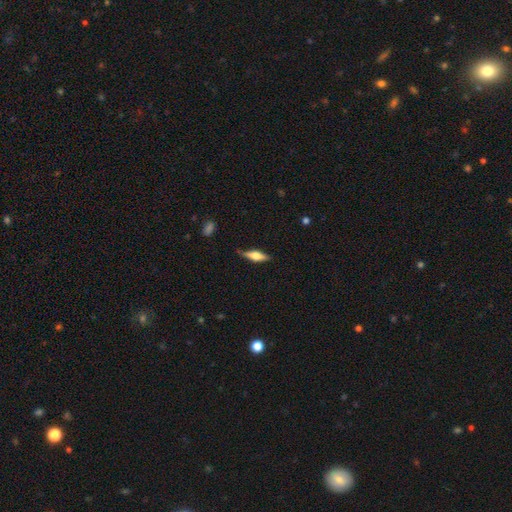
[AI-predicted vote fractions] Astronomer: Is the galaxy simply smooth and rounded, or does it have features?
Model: featured or disk — 58% (runner-up: smooth, 36%).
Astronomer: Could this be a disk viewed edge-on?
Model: yes — 95%.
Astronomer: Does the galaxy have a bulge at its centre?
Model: rounded — 84%.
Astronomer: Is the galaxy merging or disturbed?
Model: none — 80%.